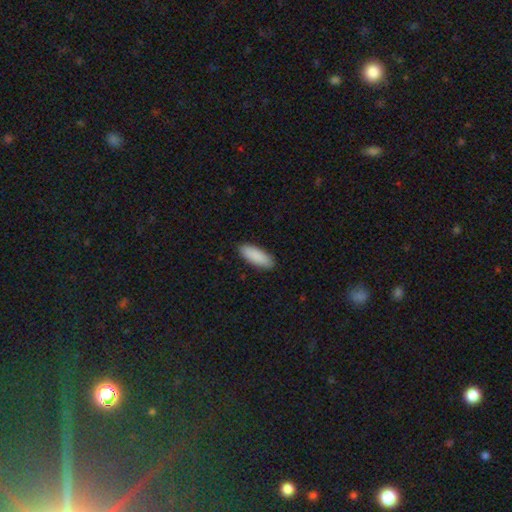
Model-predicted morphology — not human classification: Smooth or featured? Predicted: smooth (p=0.90). How rounded? Predicted: in between (p=0.70). Merging? Predicted: none (p=0.89).